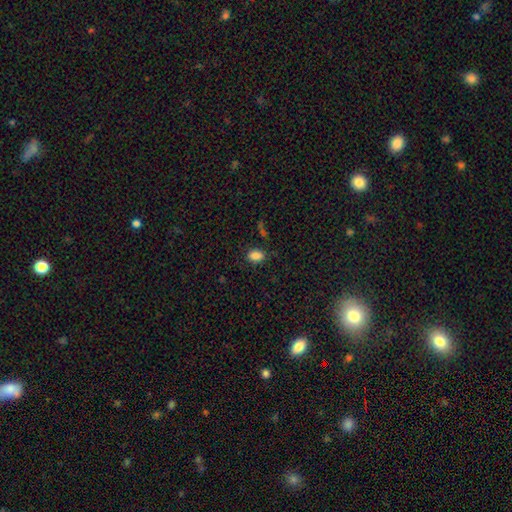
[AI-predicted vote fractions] smooth-or-featured: smooth: 85% | star or artifact: 11% | featured or disk: 4%
  how-rounded: in between: 78% | round: 20% | cigar-shaped: 1%
  merging: none: 82% | minor disturbance: 12% | major disturbance: 4% | merger: 3%